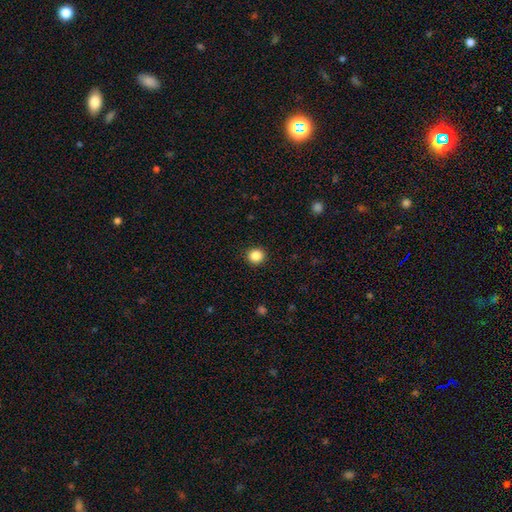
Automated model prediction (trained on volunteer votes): Smooth or featured? smooth (87%)
How rounded? round (90%)
Merging? none (92%)